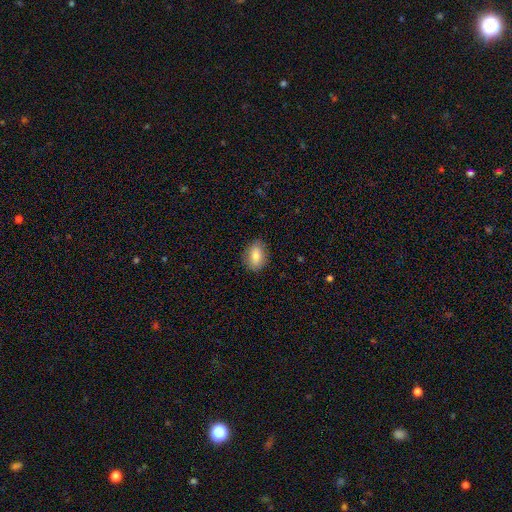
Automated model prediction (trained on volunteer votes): Smooth or featured?
  - smooth: 80% *
  - featured or disk: 13%
  - star or artifact: 8%
How rounded?
  - in between: 74% *
  - round: 24%
  - cigar-shaped: 2%
Merging?
  - none: 85% *
  - minor disturbance: 12%
  - major disturbance: 3%
  - merger: 1%